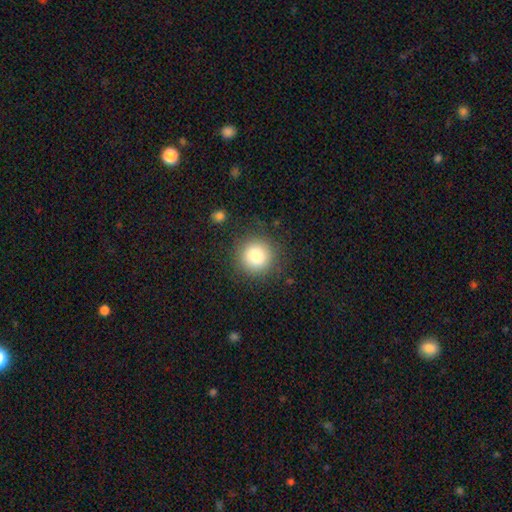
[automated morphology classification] A smooth galaxy with no disk features (84%) that is round (91%). Merging: none (85%).